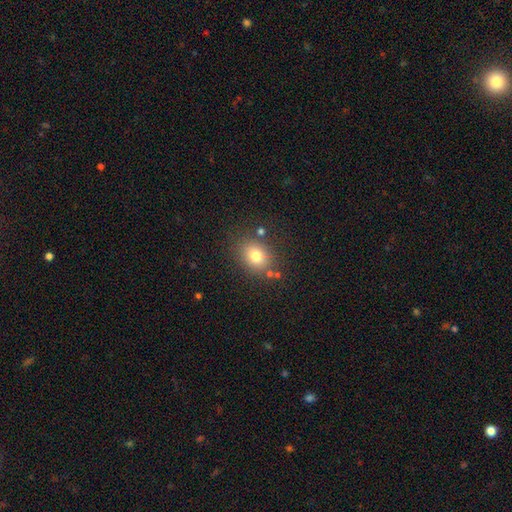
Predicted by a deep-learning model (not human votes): Smooth or featured: smooth — 76% (star or artifact — 14%)
How rounded: round — 57% (in between — 42%)
Merging: none — 79% (minor disturbance — 12%)